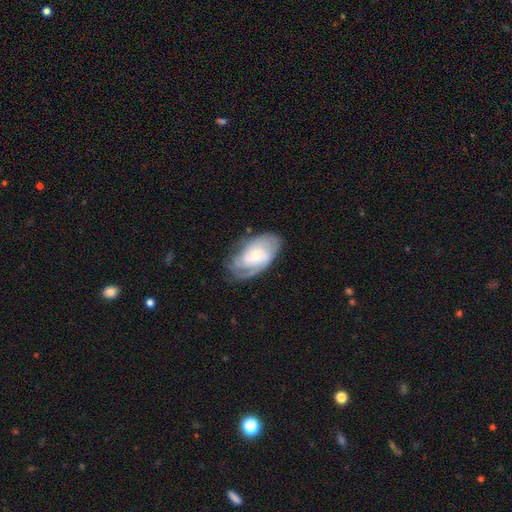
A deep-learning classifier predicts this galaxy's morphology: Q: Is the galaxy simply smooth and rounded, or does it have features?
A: featured or disk — 73%.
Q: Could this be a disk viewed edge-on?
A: no — 95%.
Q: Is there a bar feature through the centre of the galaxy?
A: no — 68%.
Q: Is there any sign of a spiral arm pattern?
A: yes — 91%.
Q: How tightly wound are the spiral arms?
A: tight — 58%.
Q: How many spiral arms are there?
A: can't tell — 40%.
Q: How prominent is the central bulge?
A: small — 54%.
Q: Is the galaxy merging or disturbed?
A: none — 67%.